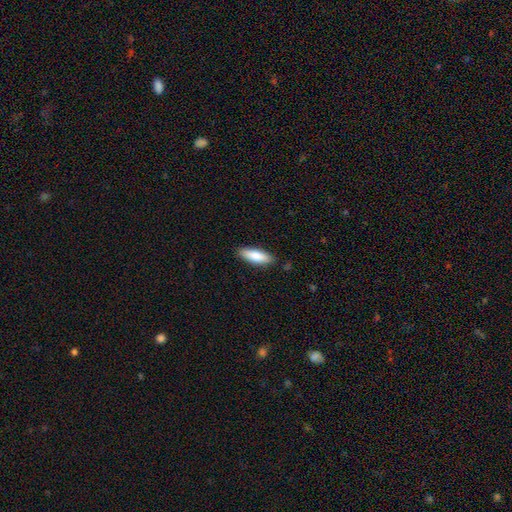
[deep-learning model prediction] smooth_or_featured: smooth (p=0.79) [alt: featured or disk p=0.15]
how_rounded: in between (p=0.56) [alt: cigar-shaped p=0.43]
merging: none (p=0.87) [alt: minor disturbance p=0.10]